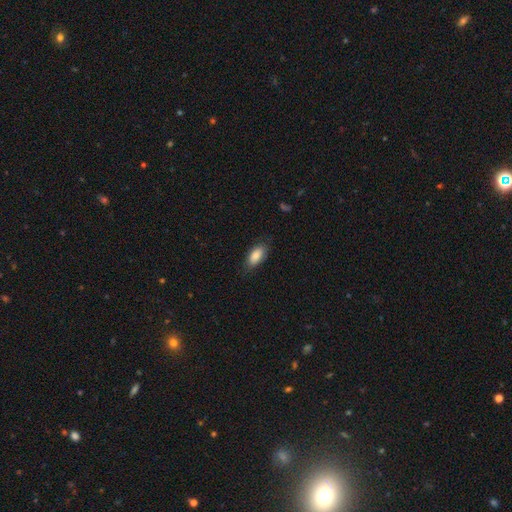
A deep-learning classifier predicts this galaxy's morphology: Q: Smooth or featured?
A: smooth (86%); runner-up: featured or disk (8%)
Q: How rounded?
A: in between (89%); runner-up: cigar-shaped (8%)
Q: Merging?
A: none (80%); runner-up: minor disturbance (16%)